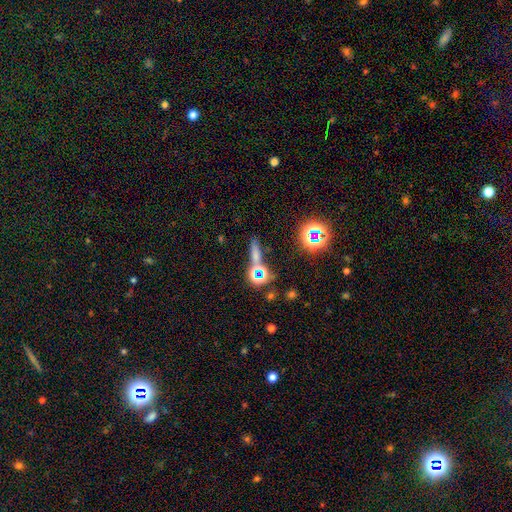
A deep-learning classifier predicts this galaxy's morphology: This is possibly a smooth galaxy (50%). Merging: likely none (60%).